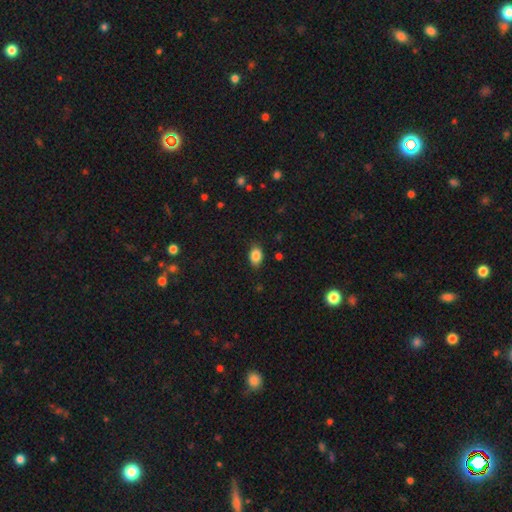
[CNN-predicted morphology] A smooth galaxy with no disk features (86%) that is in between round and cigar-shaped (83%). Merging: none (84%).